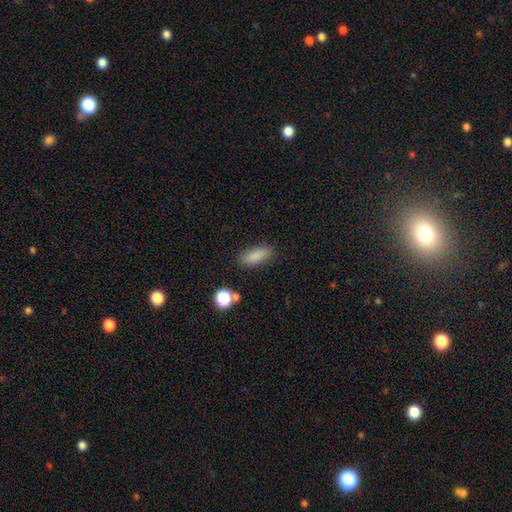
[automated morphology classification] This is clearly a smooth galaxy (85%). How rounded: likely in between (74%). Merging: clearly none (85%).